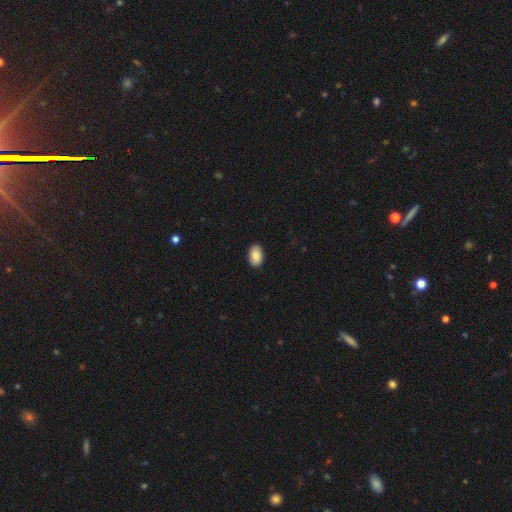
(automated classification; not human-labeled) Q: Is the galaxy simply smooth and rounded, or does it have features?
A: smooth — 87%.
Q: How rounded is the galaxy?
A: in between — 91%.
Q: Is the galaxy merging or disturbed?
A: none — 90%.